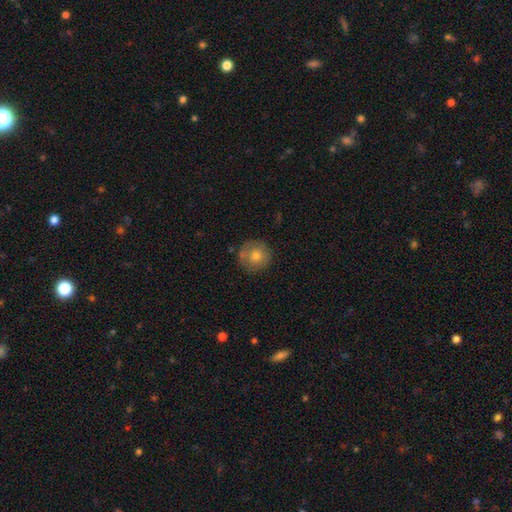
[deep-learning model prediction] smooth-or-featured: smooth: 71% | featured or disk: 19% | star or artifact: 10%
  how-rounded: round: 94% | in between: 5% | cigar-shaped: 1%
  merging: none: 82% | minor disturbance: 12% | merger: 3% | major disturbance: 3%